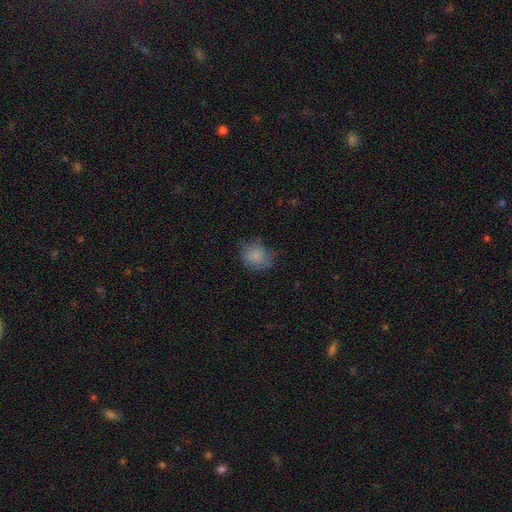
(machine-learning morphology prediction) smooth_or_featured: smooth (p=0.82) [alt: featured or disk p=0.10]
how_rounded: round (p=0.61) [alt: in between p=0.38]
merging: none (p=0.64) [alt: minor disturbance p=0.27]